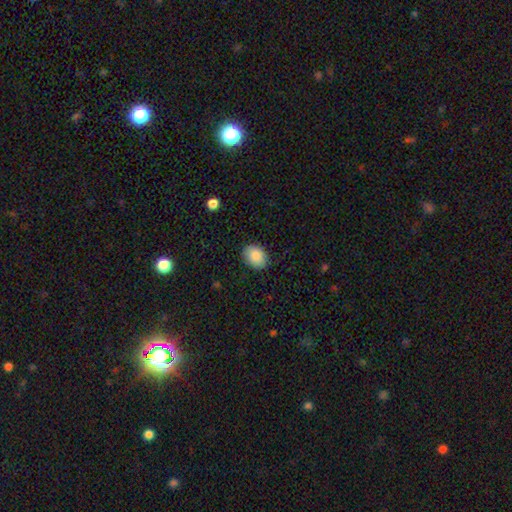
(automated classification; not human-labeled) Smooth or featured: smooth — 88% (star or artifact — 7%)
How rounded: in between — 71% (round — 28%)
Merging: none — 87% (minor disturbance — 10%)